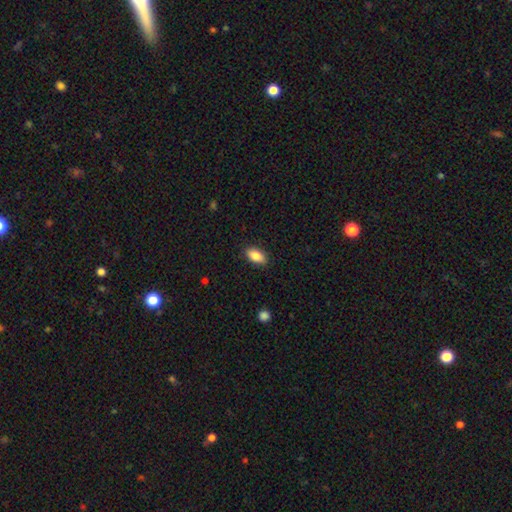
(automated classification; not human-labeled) Morphology: type=smooth (86%); roundness=in between (91%); merging=none (87%).